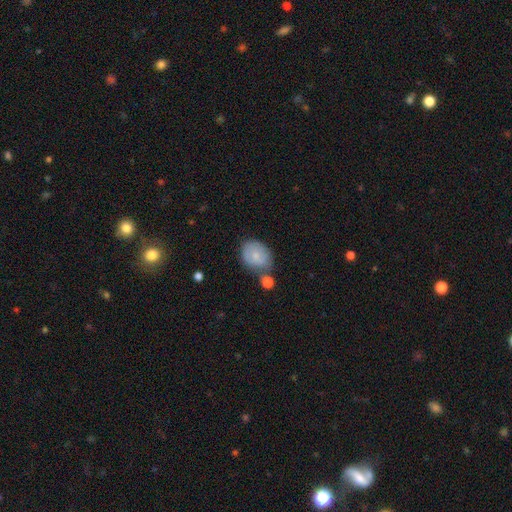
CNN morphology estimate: Smooth or featured? smooth (72%)
How rounded? in between (63%)
Merging? none (53%)